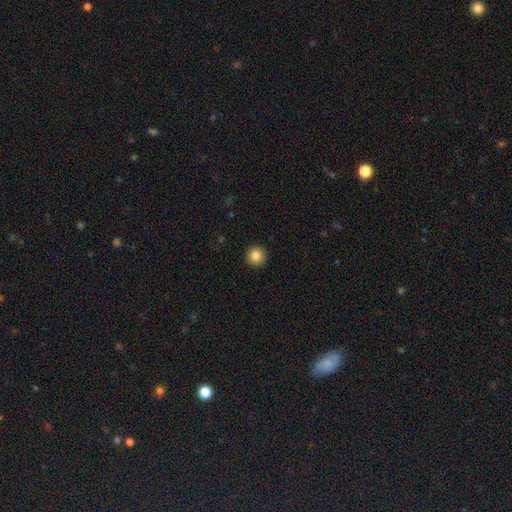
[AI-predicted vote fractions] This is clearly a smooth galaxy (84%). How rounded: clearly round (95%). Merging: clearly none (93%).